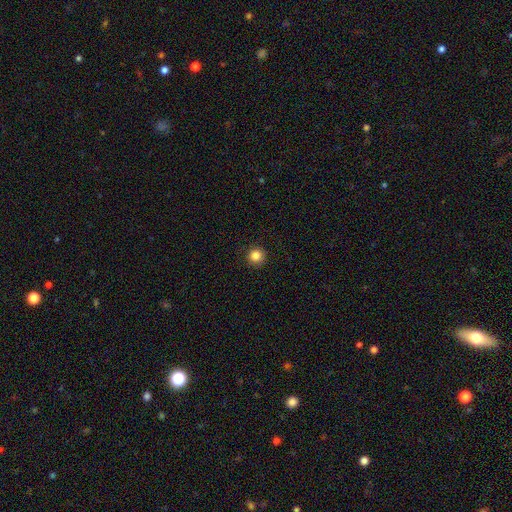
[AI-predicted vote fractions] A smooth galaxy with no disk features (85%) that is round (96%).

Vote fractions:
- Smooth or featured? smooth: 85% / star or artifact: 11% / featured or disk: 4%
- How rounded? round: 96% / in between: 3% / cigar-shaped: 1%
- Merging? none: 92% / minor disturbance: 5% / major disturbance: 2% / merger: 1%